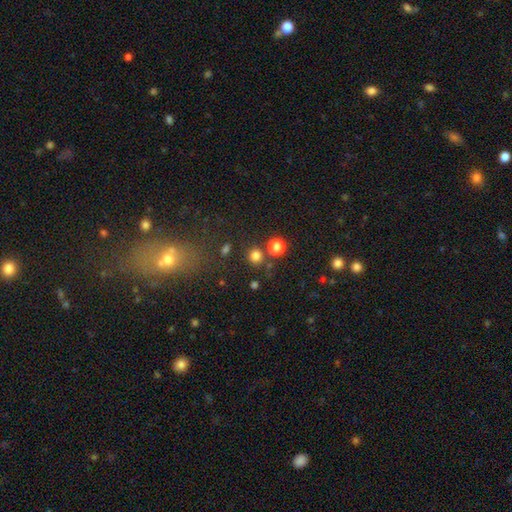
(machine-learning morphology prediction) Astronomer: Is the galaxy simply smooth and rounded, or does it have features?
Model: smooth — 78%.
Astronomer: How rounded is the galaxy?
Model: round — 89%.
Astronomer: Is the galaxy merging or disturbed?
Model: none — 78%.